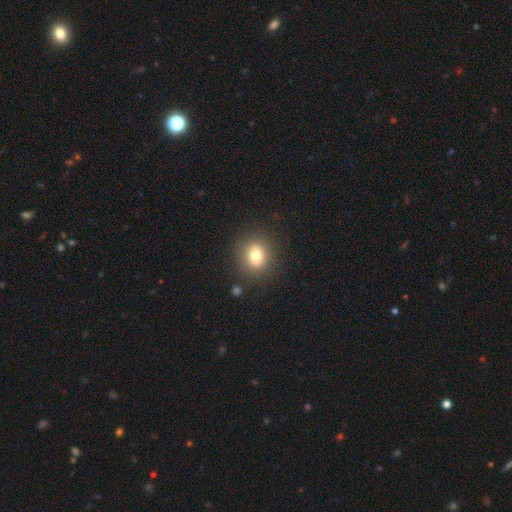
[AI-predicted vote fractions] Smooth or featured?
  - smooth: 76% *
  - featured or disk: 13%
  - star or artifact: 12%
How rounded?
  - round: 74% *
  - in between: 25%
  - cigar-shaped: 1%
Merging?
  - none: 85% *
  - minor disturbance: 9%
  - major disturbance: 4%
  - merger: 2%